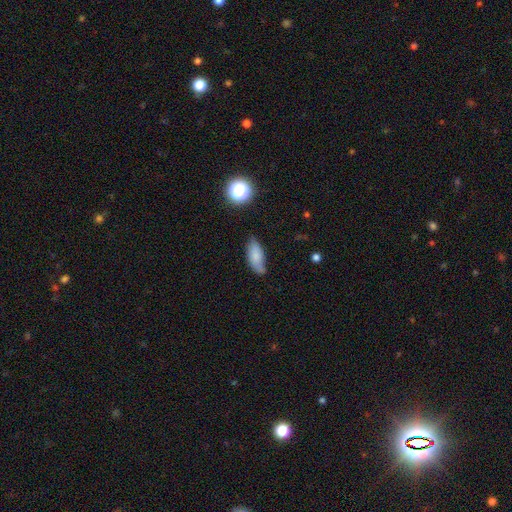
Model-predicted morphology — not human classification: Smooth or featured? Predicted: smooth (p=0.77). How rounded? Predicted: in between (p=0.78). Merging? Predicted: none (p=0.64).